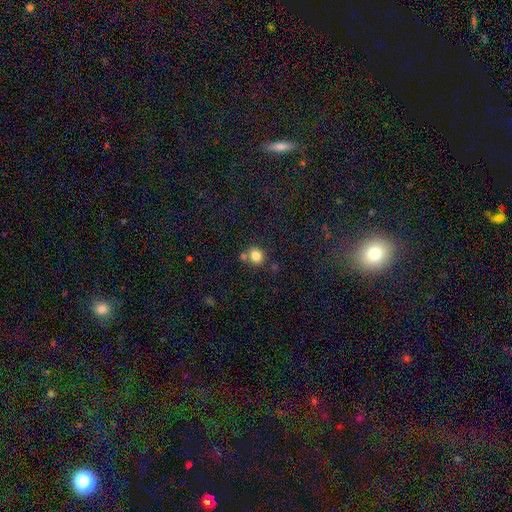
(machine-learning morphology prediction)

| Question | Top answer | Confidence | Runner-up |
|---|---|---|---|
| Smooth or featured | smooth | 82% | star or artifact (11%) |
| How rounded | round | 73% | in between (26%) |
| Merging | none | 62% | merger (23%) |